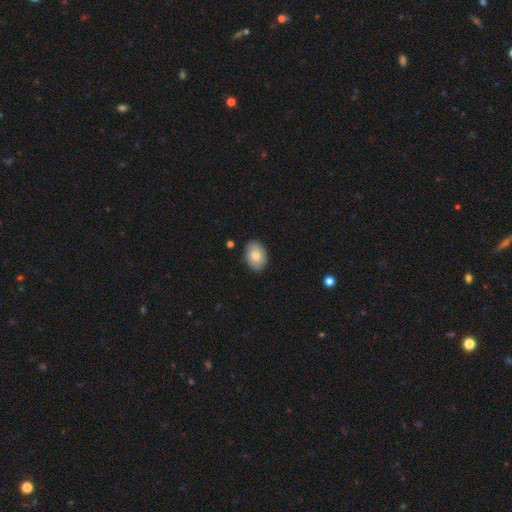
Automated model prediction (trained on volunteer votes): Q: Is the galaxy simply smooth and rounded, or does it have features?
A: smooth — 79%.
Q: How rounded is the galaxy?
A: in between — 77%.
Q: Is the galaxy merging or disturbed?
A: none — 85%.